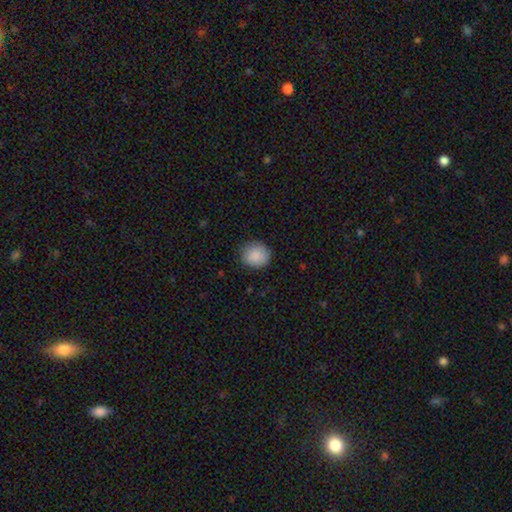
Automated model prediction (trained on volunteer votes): The model was most divided on "how rounded": round: 84%, in between: 16%, cigar-shaped: 1%. More confident: smooth or featured — smooth (89%); merging — none (86%).